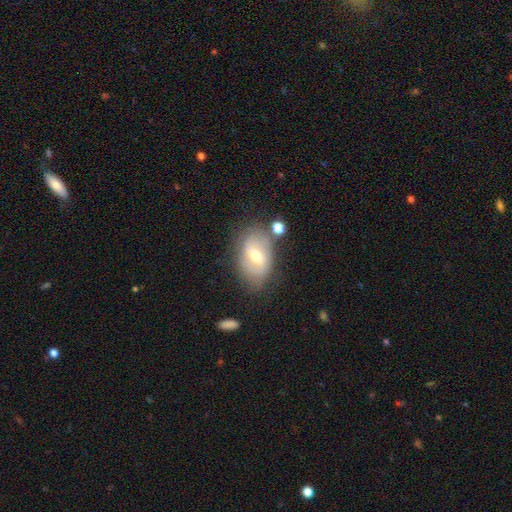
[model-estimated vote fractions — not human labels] This appears to be a featured or disk galaxy (58%) with a weak bar (47%), no spiral arms (51%) and a moderate central bulge (65%). Merging: none (67%).